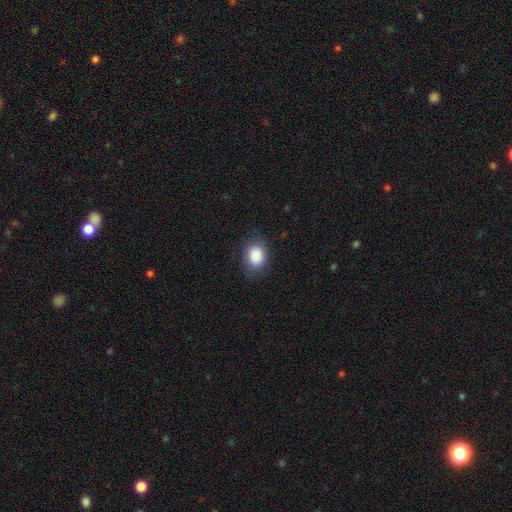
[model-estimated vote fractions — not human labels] smooth-or-featured: smooth: 87% | star or artifact: 8% | featured or disk: 5%
  how-rounded: in between: 70% | round: 29% | cigar-shaped: 1%
  merging: none: 79% | minor disturbance: 15% | major disturbance: 4% | merger: 1%